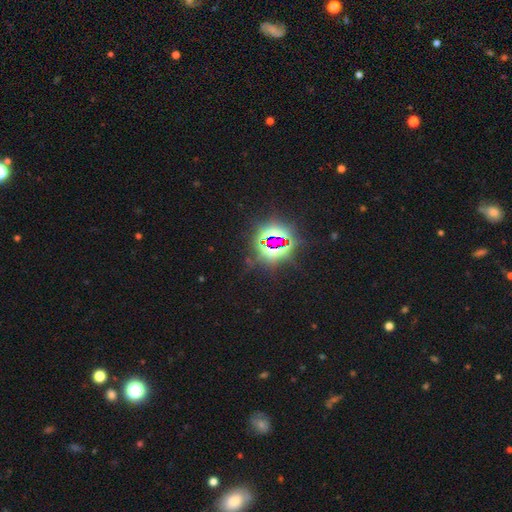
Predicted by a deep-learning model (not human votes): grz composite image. It shows a star or artifact, not a galaxy (79%).